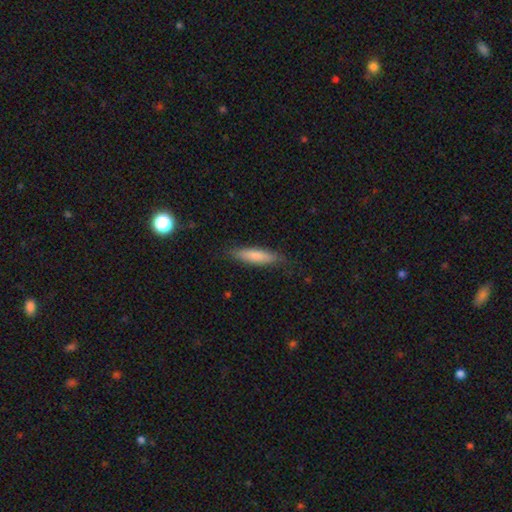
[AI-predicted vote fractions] Morphology: type=smooth (79%); roundness=cigar-shaped (73%); merging=none (81%).